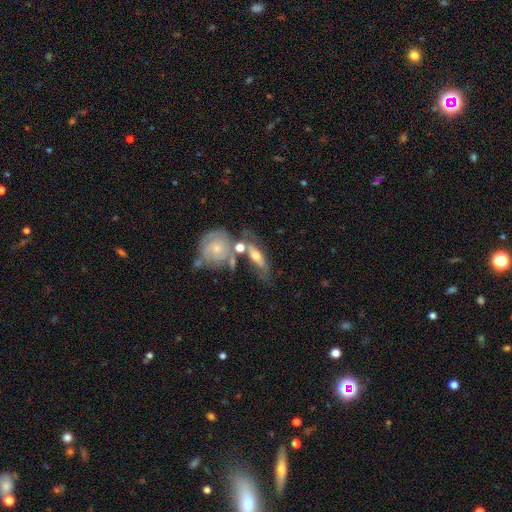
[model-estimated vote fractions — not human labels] A featured or disk galaxy (55%).

Vote fractions:
- Smooth or featured? featured or disk: 55% / smooth: 38% / star or artifact: 7%
- Edge-on disk? no: 60% / yes: 40%
- Merging? none: 43% / merger: 29% / minor disturbance: 18% / major disturbance: 9%